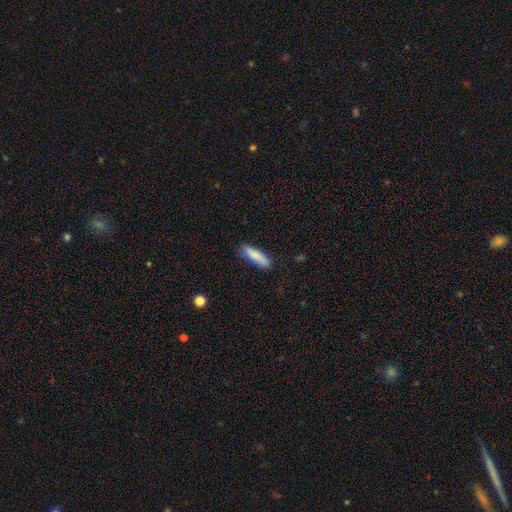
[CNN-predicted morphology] Smooth or featured?
  - smooth: 84% *
  - featured or disk: 10%
  - star or artifact: 6%
How rounded?
  - cigar-shaped: 69% *
  - in between: 29%
  - round: 2%
Merging?
  - none: 83% *
  - minor disturbance: 13%
  - major disturbance: 2%
  - merger: 1%